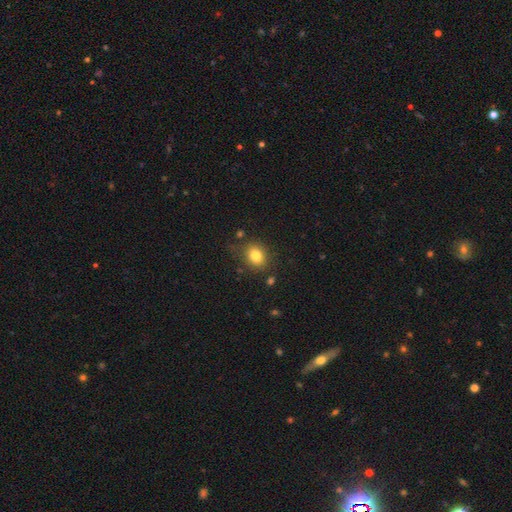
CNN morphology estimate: smooth-or-featured: smooth: 81% | star or artifact: 11% | featured or disk: 8%
  how-rounded: round: 55% | in between: 44% | cigar-shaped: 1%
  merging: none: 80% | minor disturbance: 13% | major disturbance: 4% | merger: 3%